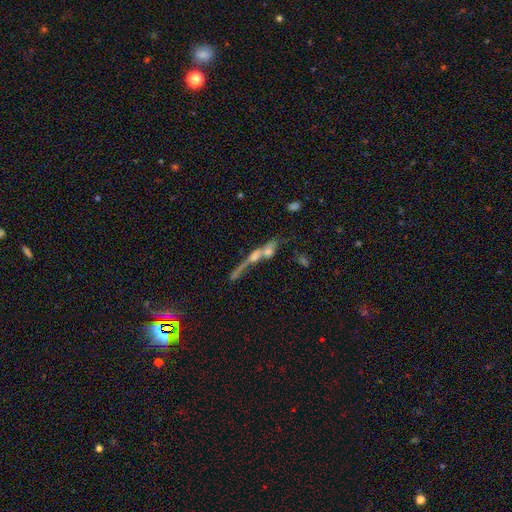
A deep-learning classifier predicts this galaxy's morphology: Overall: featured or disk (56%; smooth 27%). Edge-on disk: yes (64%; no 36%). Merging: merger (49%; none 30%).